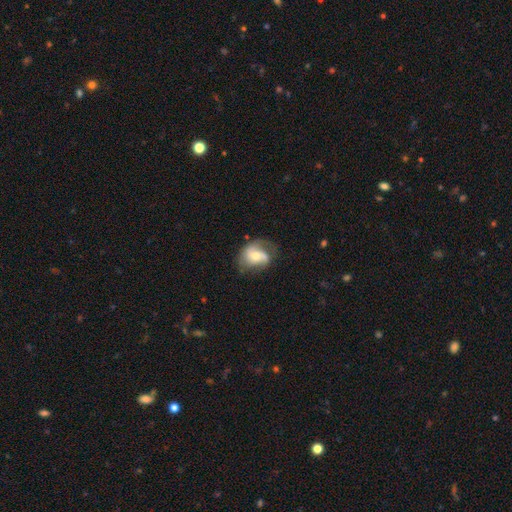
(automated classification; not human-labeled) A featured or disk galaxy (63%) with no bar (59%), 2 (59%) medium (41%) spiral arms (83%) and a moderate central bulge (60%). Merging: none (51%).